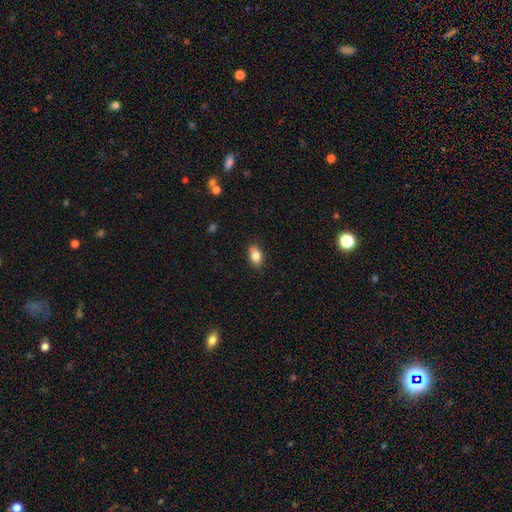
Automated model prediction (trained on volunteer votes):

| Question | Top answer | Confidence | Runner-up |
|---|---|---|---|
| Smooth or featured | smooth | 82% | featured or disk (10%) |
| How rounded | in between | 88% | round (8%) |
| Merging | none | 87% | minor disturbance (10%) |